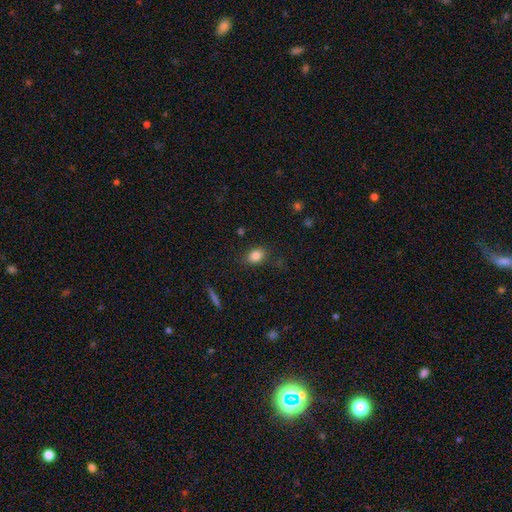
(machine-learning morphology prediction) Q: Smooth or featured?
A: smooth (84%); runner-up: star or artifact (10%)
Q: How rounded?
A: in between (68%); runner-up: round (30%)
Q: Merging?
A: none (81%); runner-up: minor disturbance (13%)